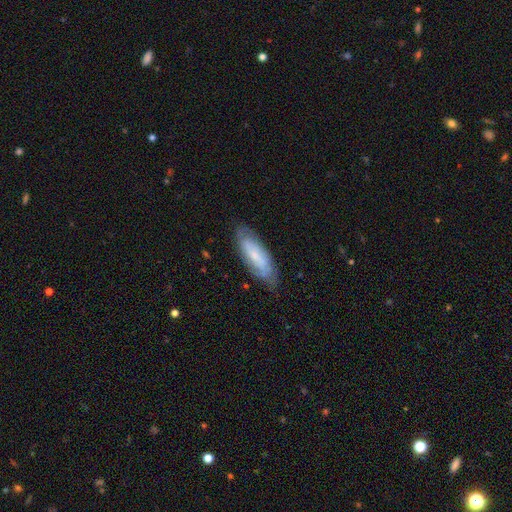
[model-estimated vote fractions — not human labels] smooth-or-featured: featured or disk: 59% | smooth: 34% | star or artifact: 7%
  disk-edge-on: no: 82% | yes: 18%
  merging: none: 76% | minor disturbance: 18% | major disturbance: 5% | merger: 1%